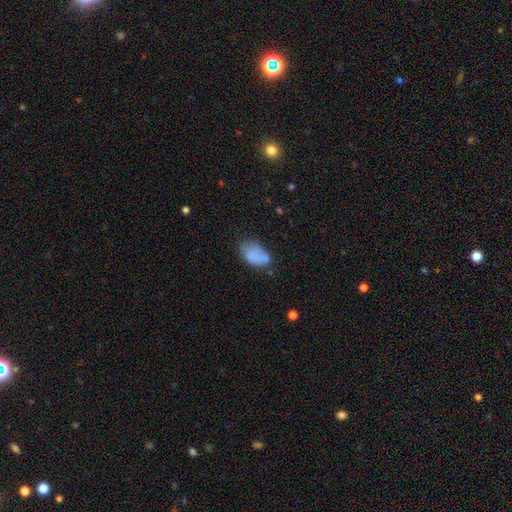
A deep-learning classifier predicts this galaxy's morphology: Smooth or featured: smooth — 74% (featured or disk — 17%)
How rounded: in between — 91% (round — 7%)
Merging: none — 42% (minor disturbance — 32%)